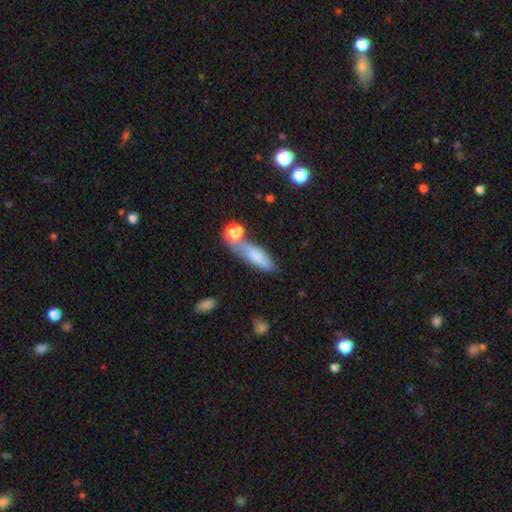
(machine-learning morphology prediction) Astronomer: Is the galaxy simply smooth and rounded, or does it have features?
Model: smooth — 76%.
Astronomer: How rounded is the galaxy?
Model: cigar-shaped — 53% (runner-up: in between, 44%).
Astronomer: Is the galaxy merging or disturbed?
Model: none — 52%.